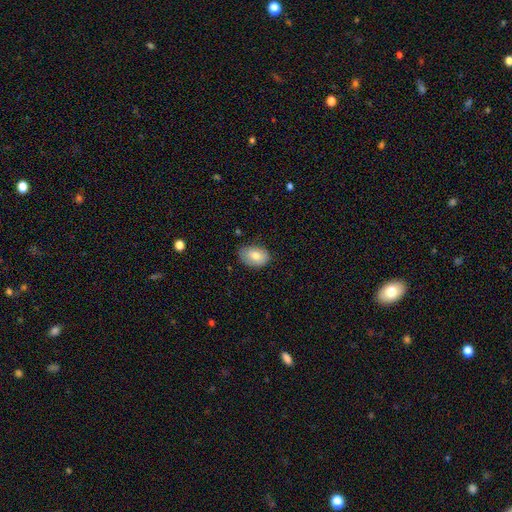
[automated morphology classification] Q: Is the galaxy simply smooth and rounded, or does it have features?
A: smooth — 76%.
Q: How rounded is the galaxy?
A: in between — 84%.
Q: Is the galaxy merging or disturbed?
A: none — 73%.